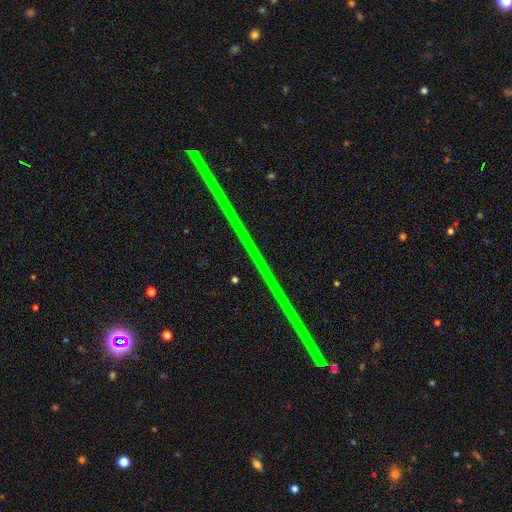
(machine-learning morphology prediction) Smooth or featured? star or artifact (84%)